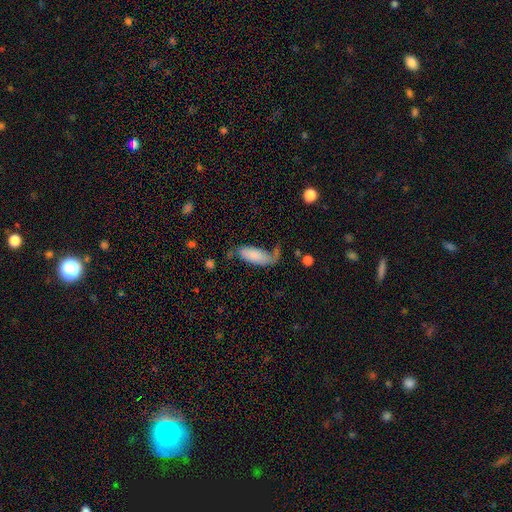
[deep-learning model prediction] Smooth or featured?
  - smooth: 64% *
  - featured or disk: 29%
  - star or artifact: 7%
How rounded?
  - in between: 82% *
  - cigar-shaped: 16%
  - round: 2%
Merging?
  - none: 35% *
  - major disturbance: 29%
  - minor disturbance: 28%
  - merger: 7%